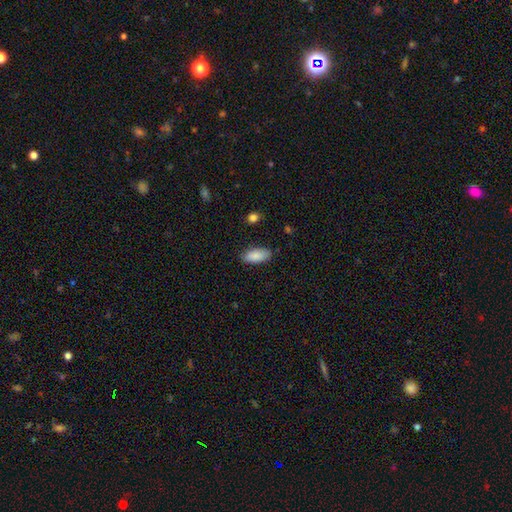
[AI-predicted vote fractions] This appears to be a smooth galaxy with no disk features (87%) that is in between round and cigar-shaped (89%). Merging: none (84%).